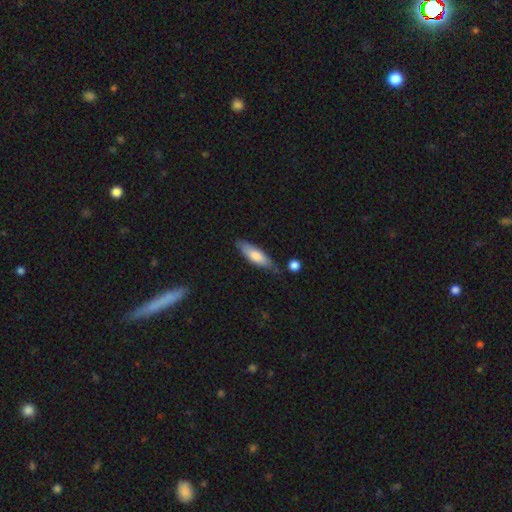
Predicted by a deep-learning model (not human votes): Smooth or featured: smooth — 71% (featured or disk — 23%)
How rounded: cigar-shaped — 54% (in between — 44%)
Merging: none — 71% (minor disturbance — 20%)